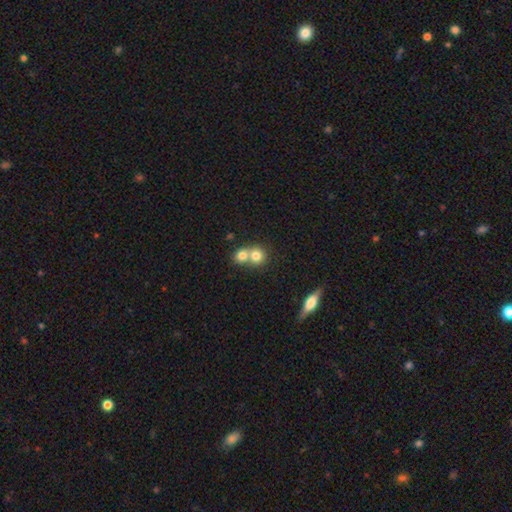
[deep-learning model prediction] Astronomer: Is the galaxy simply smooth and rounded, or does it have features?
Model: smooth — 77%.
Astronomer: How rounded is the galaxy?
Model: round — 82%.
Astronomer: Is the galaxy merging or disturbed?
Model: merger — 62%.